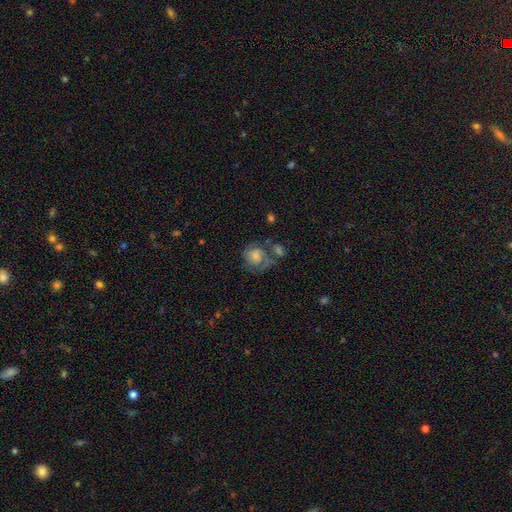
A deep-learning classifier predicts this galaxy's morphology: Smooth or featured?
  - featured or disk: 52% *
  - smooth: 36%
  - star or artifact: 12%
Edge-on disk?
  - no: 97% *
  - yes: 3%
Bar?
  - no: 73% *
  - weak: 23%
  - strong: 4%
Spiral arms?
  - yes: 75% *
  - no: 25%
Bulge size?
  - moderate: 40% *
  - small: 33%
  - large: 13%
  - none: 12%
  - dominant: 2%
Merging?
  - none: 46% *
  - minor disturbance: 19%
  - merger: 18%
  - major disturbance: 17%